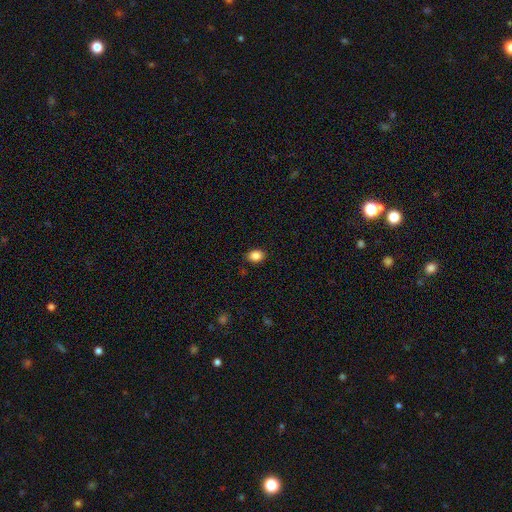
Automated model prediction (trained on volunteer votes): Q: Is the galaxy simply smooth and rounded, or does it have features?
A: smooth — 86%.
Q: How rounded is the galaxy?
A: in between — 62%.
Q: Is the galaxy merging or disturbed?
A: none — 88%.